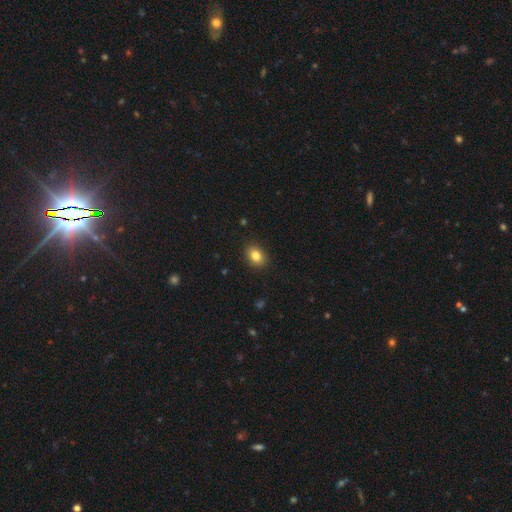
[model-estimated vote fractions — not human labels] This appears to be a smooth galaxy with no disk features (84%) that is in between round and cigar-shaped (63%). Merging: none (89%).